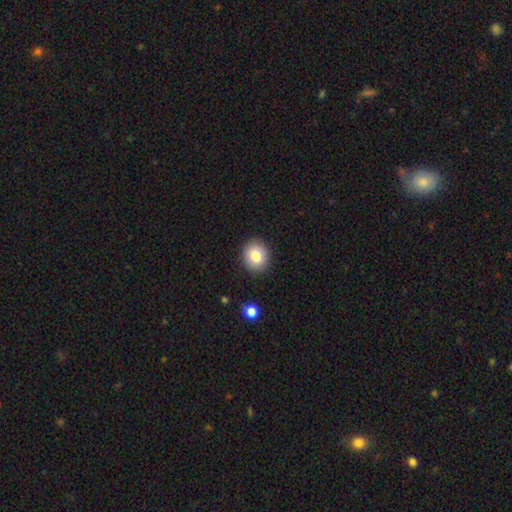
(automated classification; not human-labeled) A smooth galaxy with no disk features (81%) that is round (74%).

Vote fractions:
- Smooth or featured? smooth: 81% / featured or disk: 10% / star or artifact: 10%
- How rounded? round: 74% / in between: 26% / cigar-shaped: 1%
- Merging? none: 90% / minor disturbance: 7% / major disturbance: 2% / merger: 1%